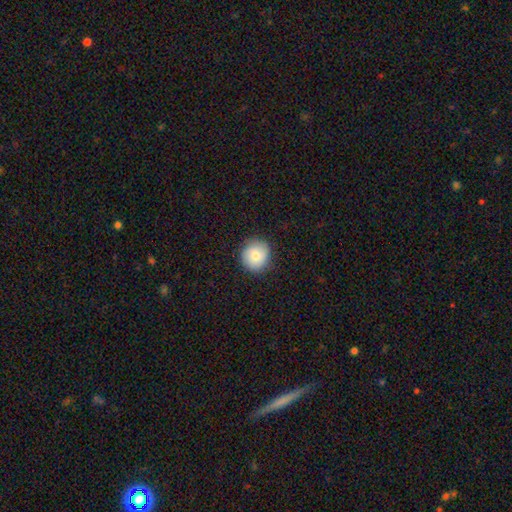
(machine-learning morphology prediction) Smooth or featured?
  - smooth: 78% *
  - featured or disk: 14%
  - star or artifact: 8%
How rounded?
  - round: 92% *
  - in between: 7%
  - cigar-shaped: 1%
Merging?
  - none: 87% *
  - minor disturbance: 10%
  - major disturbance: 2%
  - merger: 1%